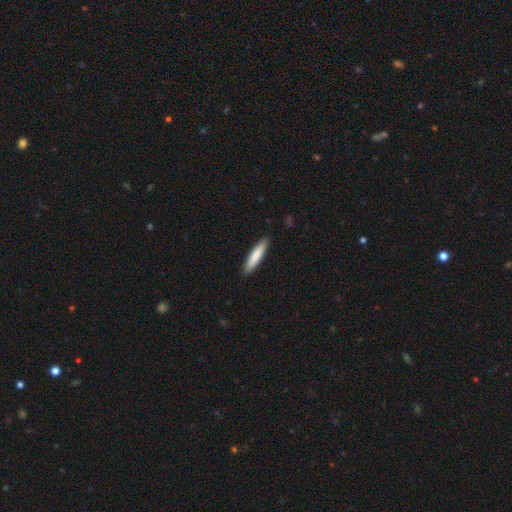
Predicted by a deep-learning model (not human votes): This is clearly a smooth galaxy (83%). How rounded: clearly cigar-shaped (86%). Merging: clearly none (90%).